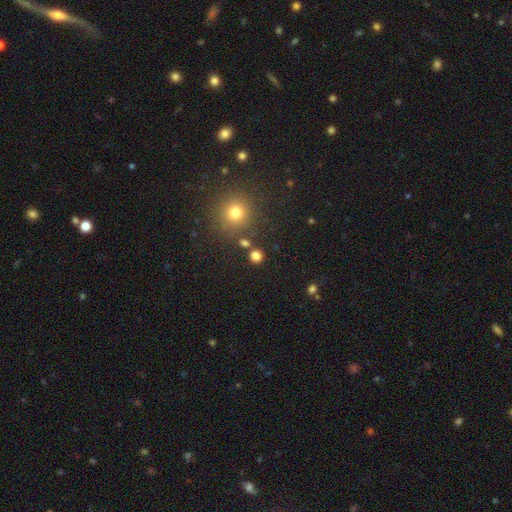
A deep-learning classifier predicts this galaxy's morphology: type=smooth (78%); roundness=round (91%); merging=none (83%).